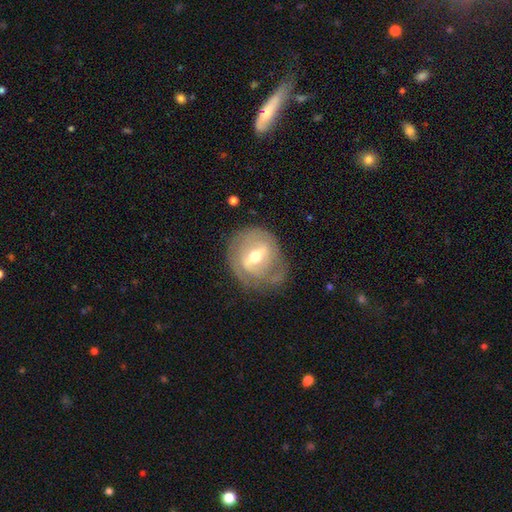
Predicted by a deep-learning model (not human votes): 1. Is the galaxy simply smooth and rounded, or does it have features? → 72% featured or disk, 21% smooth, 7% star or artifact.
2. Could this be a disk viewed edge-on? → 93% no, 7% yes.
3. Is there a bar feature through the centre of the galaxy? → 43% weak, 41% strong, 16% no.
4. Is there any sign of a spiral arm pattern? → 61% yes, 39% no.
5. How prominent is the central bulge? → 71% moderate, 19% small, 8% large, 1% dominant, 1% none.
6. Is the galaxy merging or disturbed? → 61% none, 24% minor disturbance, 13% major disturbance, 2% merger.